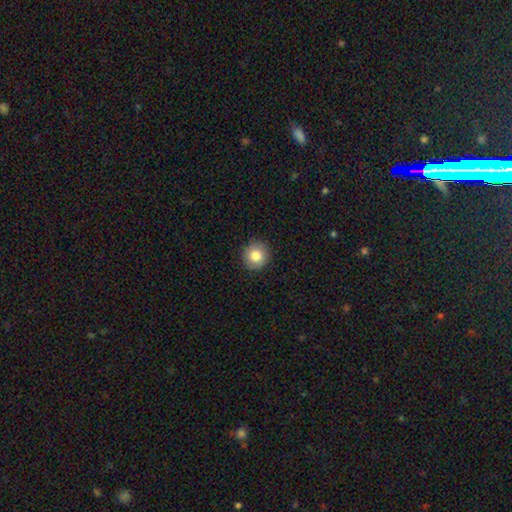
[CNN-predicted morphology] Smooth or featured? smooth (82%)
How rounded? round (92%)
Merging? none (91%)